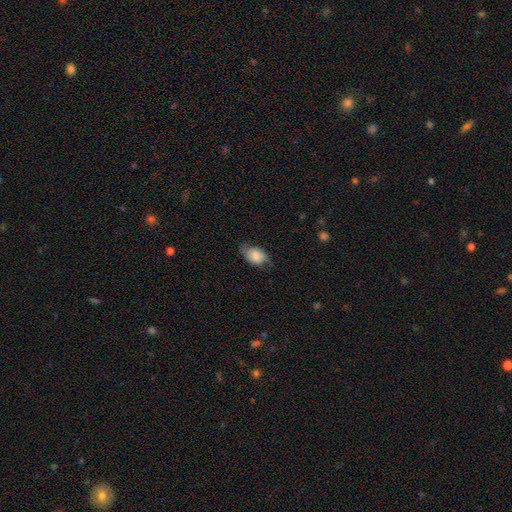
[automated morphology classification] Smooth or featured?
  - smooth: 67% *
  - featured or disk: 25%
  - star or artifact: 8%
How rounded?
  - in between: 86% *
  - round: 12%
  - cigar-shaped: 2%
Merging?
  - none: 63% *
  - minor disturbance: 27%
  - major disturbance: 9%
  - merger: 1%